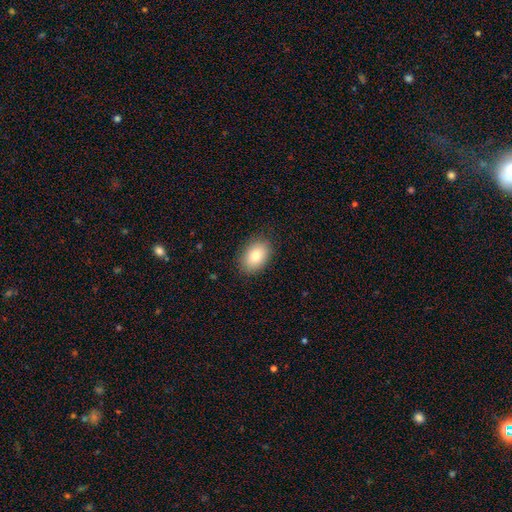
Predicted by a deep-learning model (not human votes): This is clearly a smooth galaxy (83%). How rounded: clearly in between (87%). Merging: clearly none (87%).